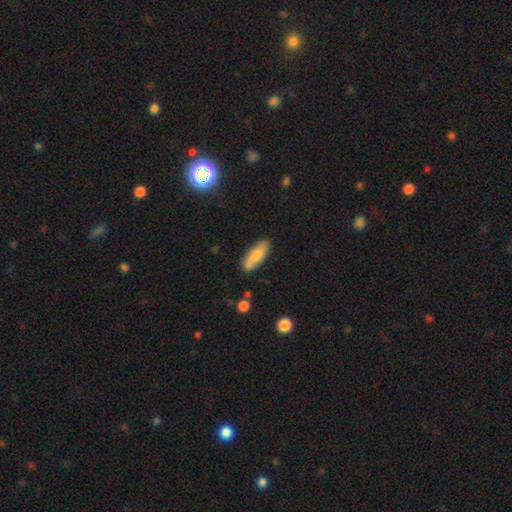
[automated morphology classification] Smooth or featured: smooth — 71% (featured or disk — 23%)
How rounded: in between — 67% (cigar-shaped — 30%)
Merging: none — 81% (minor disturbance — 13%)